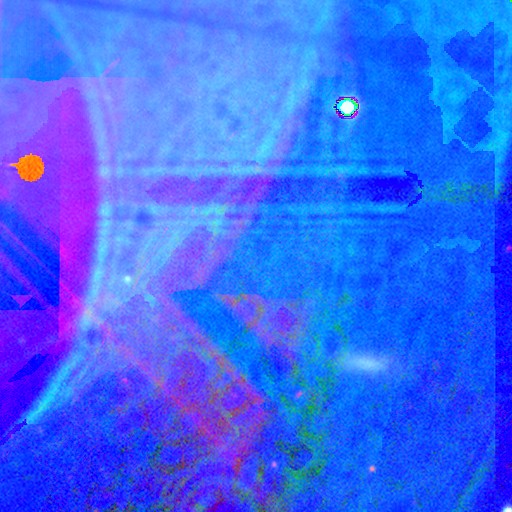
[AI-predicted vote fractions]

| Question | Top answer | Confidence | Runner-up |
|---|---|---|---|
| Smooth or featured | star or artifact | 84% | featured or disk (8%) |